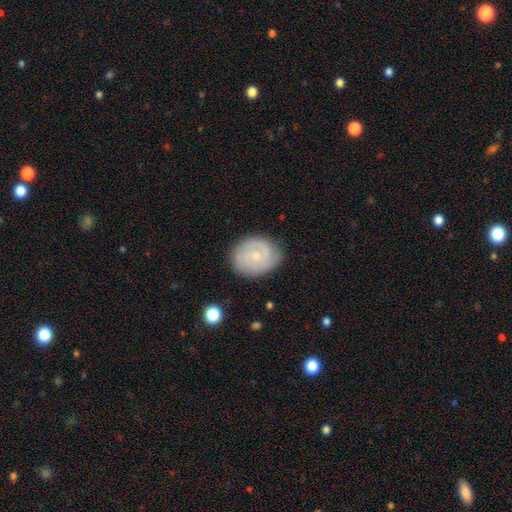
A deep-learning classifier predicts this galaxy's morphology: This appears to be a featured or disk galaxy (63%) with no bar (71%), 2 (51%) tight (58%) spiral arms (86%) and a small central bulge (72%). Merging: none (80%).